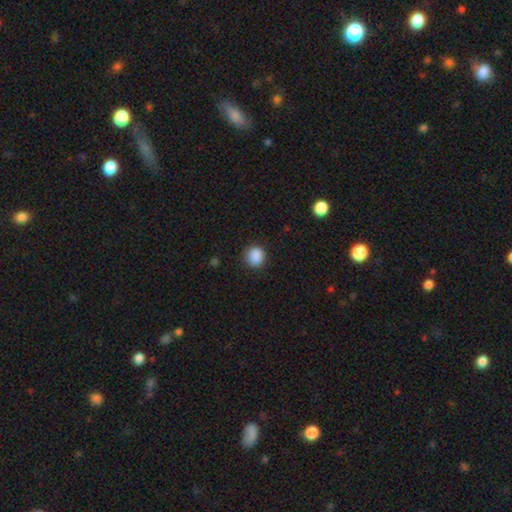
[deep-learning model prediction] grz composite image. It shows a smooth galaxy with no disk features (88%) that is round (82%). Merging: none (84%).